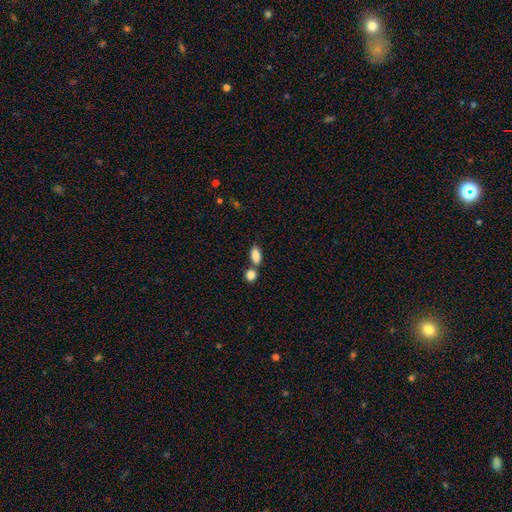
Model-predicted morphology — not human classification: This is clearly a smooth galaxy (86%). How rounded: clearly in between (87%). Merging: possibly none (53%).